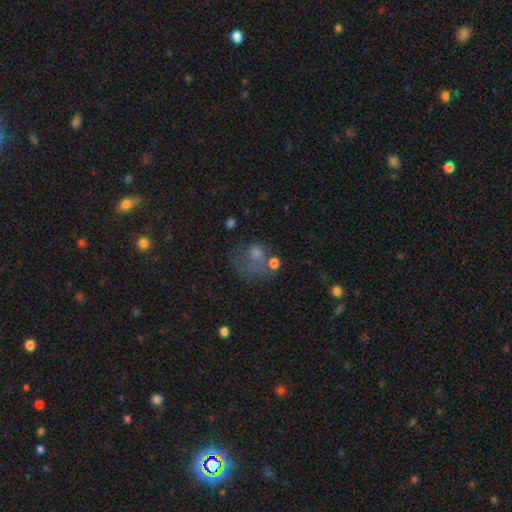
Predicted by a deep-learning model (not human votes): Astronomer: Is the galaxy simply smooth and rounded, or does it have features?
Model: smooth — 62%.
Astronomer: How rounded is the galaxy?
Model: round — 64%.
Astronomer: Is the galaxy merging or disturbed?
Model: major disturbance — 35% (runner-up: none, 30%).